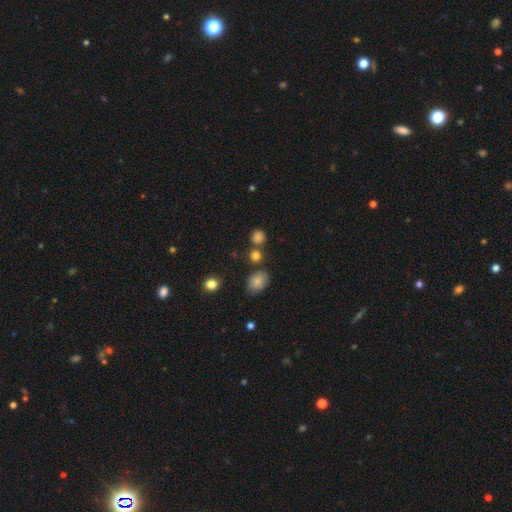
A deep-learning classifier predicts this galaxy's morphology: smooth_or_featured: smooth (p=0.74) [alt: star or artifact p=0.19]
how_rounded: round (p=0.79) [alt: in between p=0.20]
merging: none (p=0.73) [alt: merger p=0.13]